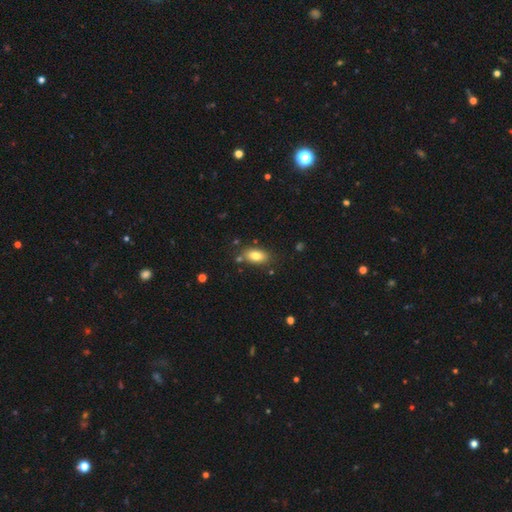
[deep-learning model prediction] smooth 80%, featured or disk 11%, star or artifact 9%. Down the decision tree: how rounded — in between (89%); merging — none (77%).